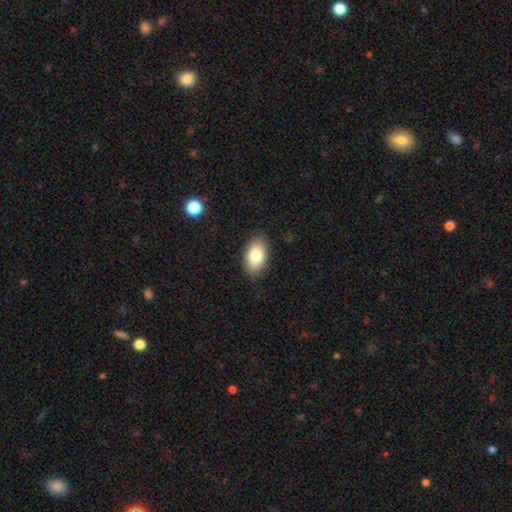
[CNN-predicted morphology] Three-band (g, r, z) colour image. It shows a smooth galaxy with no disk features (82%) that is in between round and cigar-shaped (92%). Merging: none (86%).